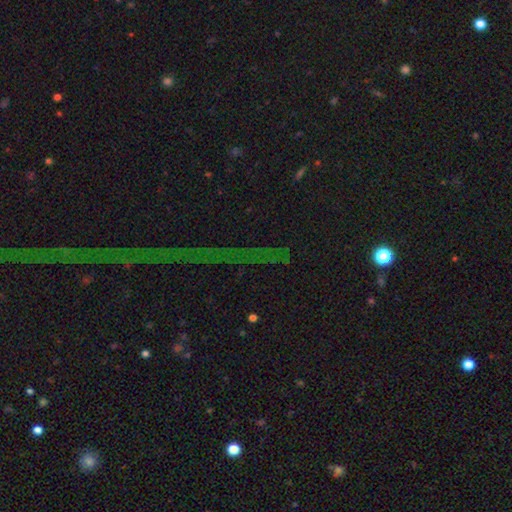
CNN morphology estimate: This is likely a star or artifact rather than a galaxy (80%).